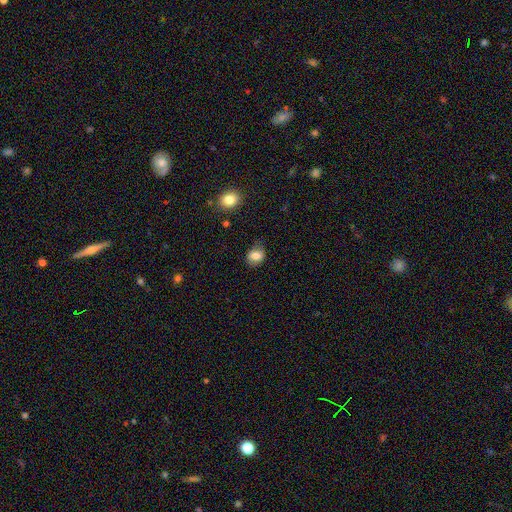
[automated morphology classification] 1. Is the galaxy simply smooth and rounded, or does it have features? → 80% smooth, 11% featured or disk, 9% star or artifact.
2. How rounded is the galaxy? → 51% in between, 48% round, 1% cigar-shaped.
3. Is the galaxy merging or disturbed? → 72% none, 21% minor disturbance, 5% major disturbance, 2% merger.